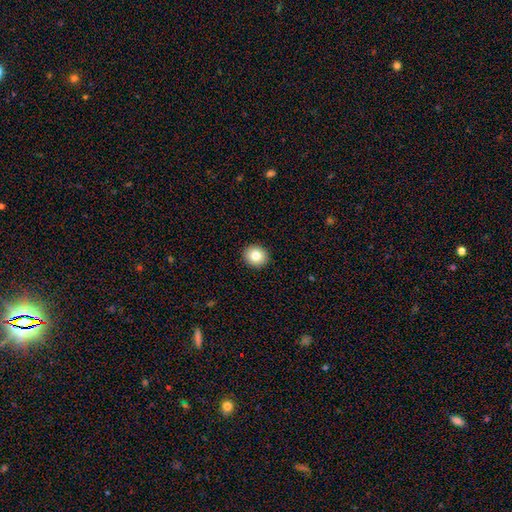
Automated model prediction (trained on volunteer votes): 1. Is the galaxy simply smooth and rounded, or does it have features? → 82% smooth, 10% star or artifact, 8% featured or disk.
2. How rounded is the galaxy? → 82% round, 17% in between, 1% cigar-shaped.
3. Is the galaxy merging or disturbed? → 92% none, 5% minor disturbance, 1% major disturbance, 1% merger.